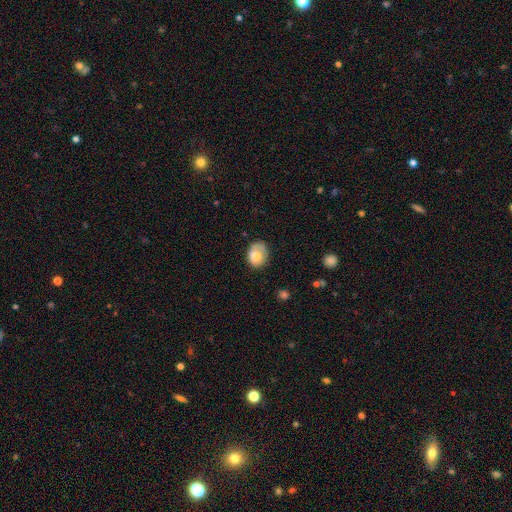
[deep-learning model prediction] smooth-or-featured: smooth: 75% | featured or disk: 17% | star or artifact: 8%
  how-rounded: in between: 55% | round: 45% | cigar-shaped: 1%
  merging: none: 55% | minor disturbance: 30% | major disturbance: 12% | merger: 3%